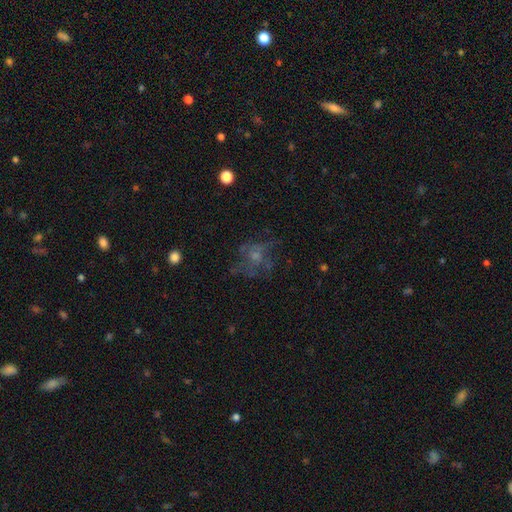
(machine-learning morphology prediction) The model was most divided on "smooth or featured": featured or disk: 49%, smooth: 33%, star or artifact: 18%. More confident: merging — none (52%).